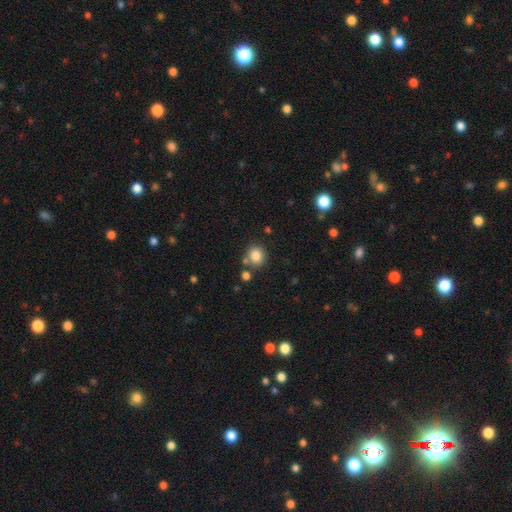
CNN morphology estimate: Smooth or featured? smooth (84%)
How rounded? round (80%)
Merging? none (74%)